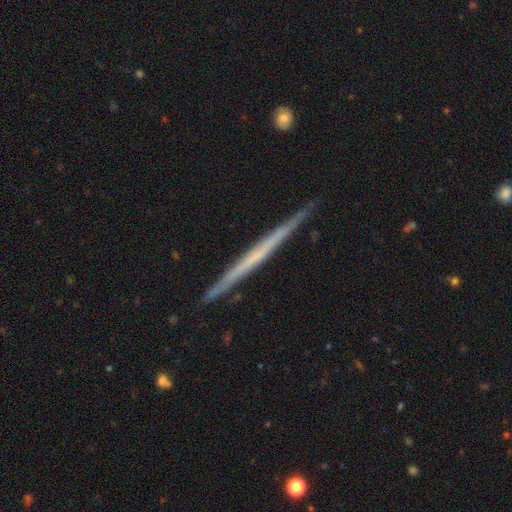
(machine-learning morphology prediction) This is likely a featured or disk galaxy (66%). It is clearly viewed edge-on (98%). Edge-on bulge: clearly none (87%). Merging: clearly none (91%).